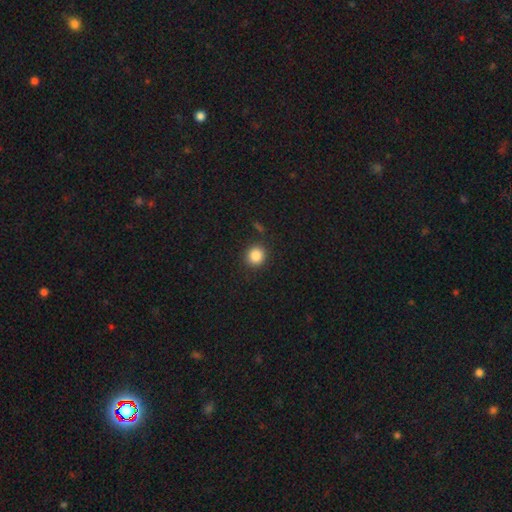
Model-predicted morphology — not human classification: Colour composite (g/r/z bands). It shows a smooth galaxy with no disk features (86%) that is round (89%). Merging: none (88%).